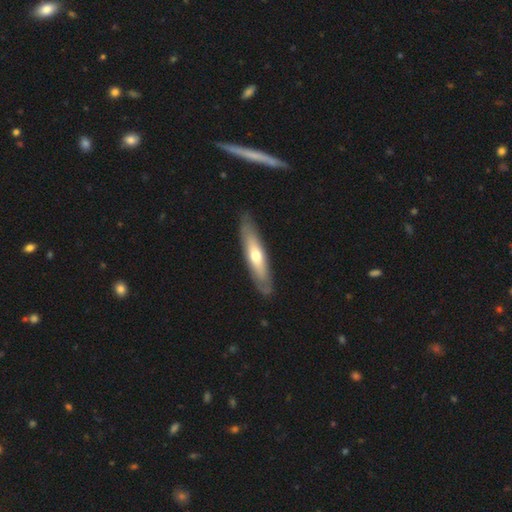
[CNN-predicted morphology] A smooth galaxy with no disk features (49%). Merging: none (85%).